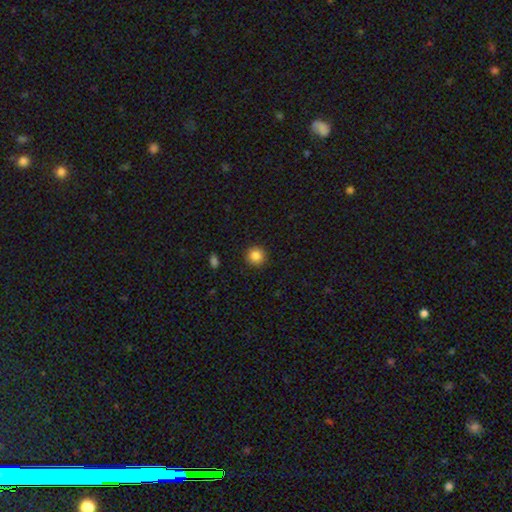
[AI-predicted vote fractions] This appears to be a smooth galaxy with no disk features (85%) that is round (94%). Merging: none (91%).